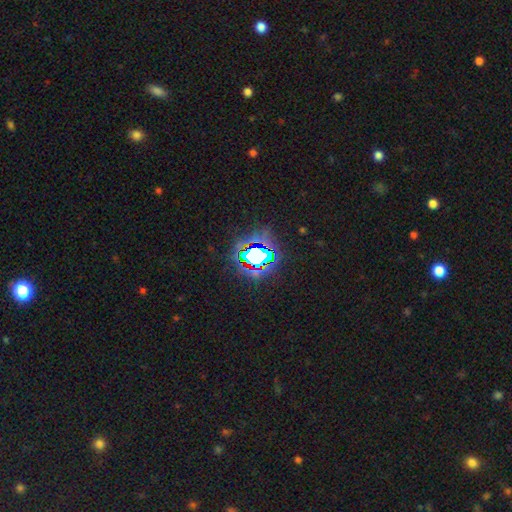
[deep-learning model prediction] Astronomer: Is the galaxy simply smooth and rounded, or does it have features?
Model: star or artifact — 70%.